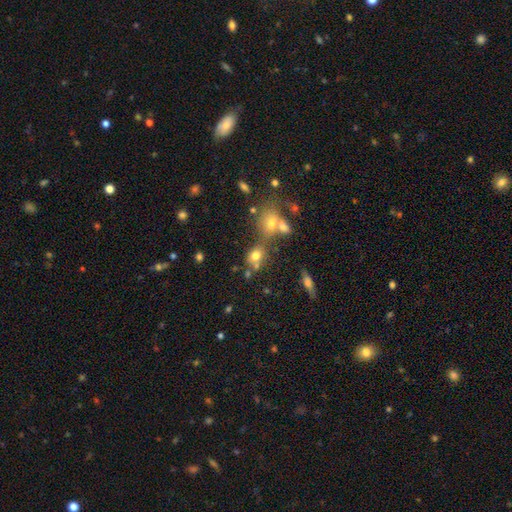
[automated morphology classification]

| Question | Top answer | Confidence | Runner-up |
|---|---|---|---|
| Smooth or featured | smooth | 69% | star or artifact (16%) |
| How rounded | in between | 49% | round (48%) |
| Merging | none | 48% | merger (32%) |